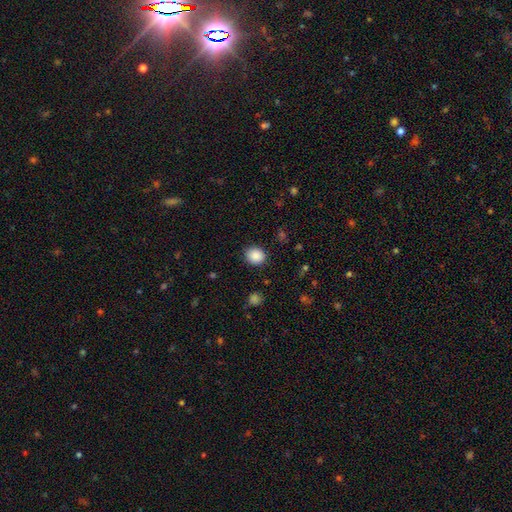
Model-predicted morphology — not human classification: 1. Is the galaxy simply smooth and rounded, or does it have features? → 88% smooth, 9% star or artifact, 3% featured or disk.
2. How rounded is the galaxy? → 72% round, 27% in between, 1% cigar-shaped.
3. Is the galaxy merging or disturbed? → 88% none, 8% minor disturbance, 3% major disturbance, 1% merger.